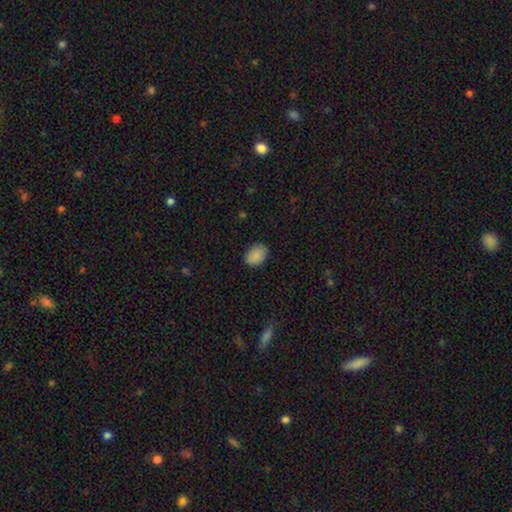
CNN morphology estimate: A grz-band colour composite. It shows a smooth galaxy with no disk features (87%) that is in between round and cigar-shaped (73%). Merging: none (81%).